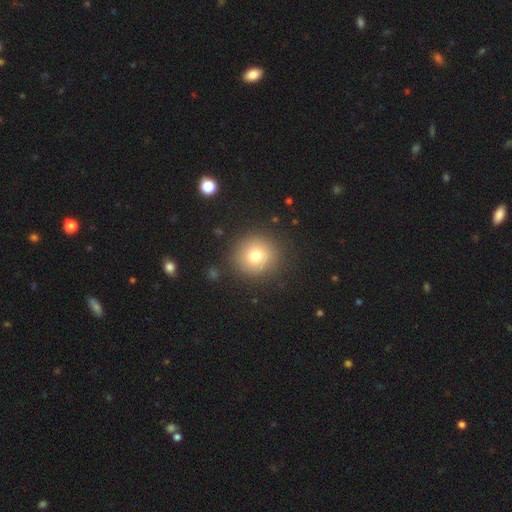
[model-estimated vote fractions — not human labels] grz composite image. It shows a smooth galaxy with no disk features (75%) that is round (92%). Merging: none (88%).